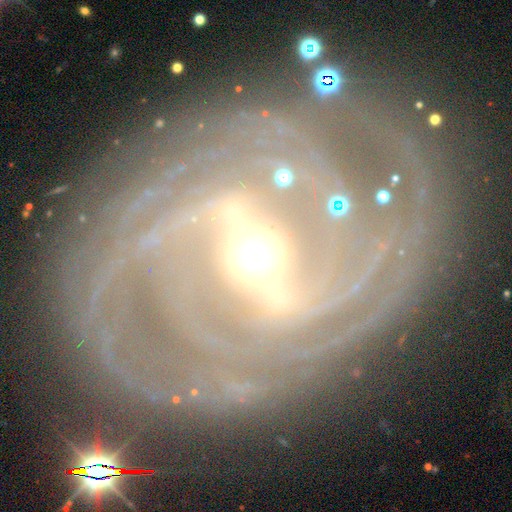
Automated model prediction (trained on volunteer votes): Smooth or featured? featured or disk (92%)
Edge-on disk? no (95%)
Bar? strong (74%)
Spiral arms? yes (97%)
Spiral winding? tight (66%)
Spiral arm count? 2 (27%)
Bulge size? moderate (49%)
Merging? none (77%)